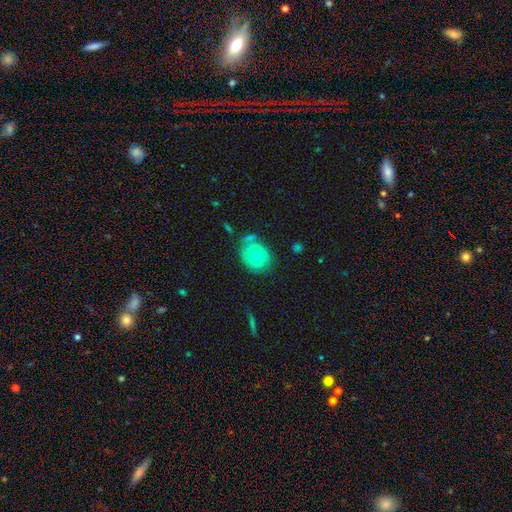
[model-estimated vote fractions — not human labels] Smooth or featured? Predicted: featured or disk (p=0.57). Edge-on disk? Predicted: no (p=0.96). Bar? Predicted: no (p=0.84). Spiral arms? Predicted: yes (p=0.65). Bulge size? Predicted: moderate (p=0.63). Merging? Predicted: none (p=0.64).